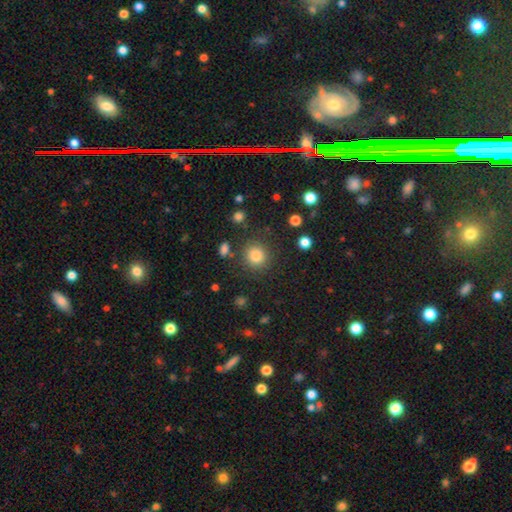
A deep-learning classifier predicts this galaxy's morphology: Q: Smooth or featured?
A: smooth (84%); runner-up: star or artifact (11%)
Q: How rounded?
A: round (90%); runner-up: in between (9%)
Q: Merging?
A: none (84%); runner-up: minor disturbance (8%)